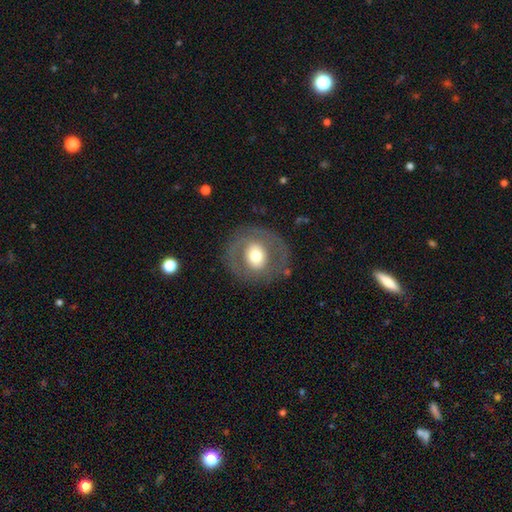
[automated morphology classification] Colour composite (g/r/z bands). It shows a featured or disk galaxy (48%). Merging: none (77%).